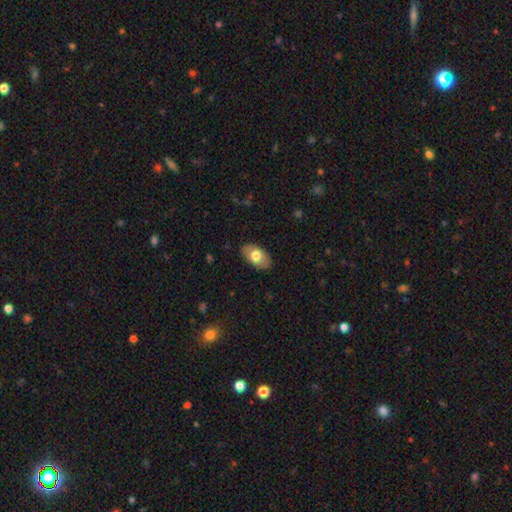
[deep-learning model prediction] This appears to be a smooth galaxy with no disk features (72%) that is in between round and cigar-shaped (93%). Merging: none (86%).